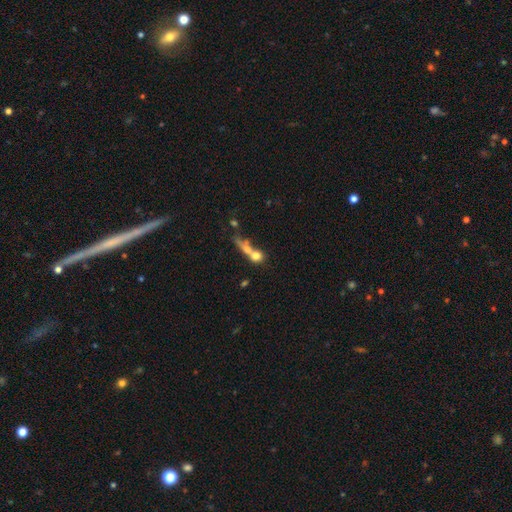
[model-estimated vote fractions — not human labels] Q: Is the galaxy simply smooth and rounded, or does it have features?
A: smooth — 63%.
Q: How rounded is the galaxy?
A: round — 58%.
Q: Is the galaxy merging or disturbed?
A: merger — 54%.